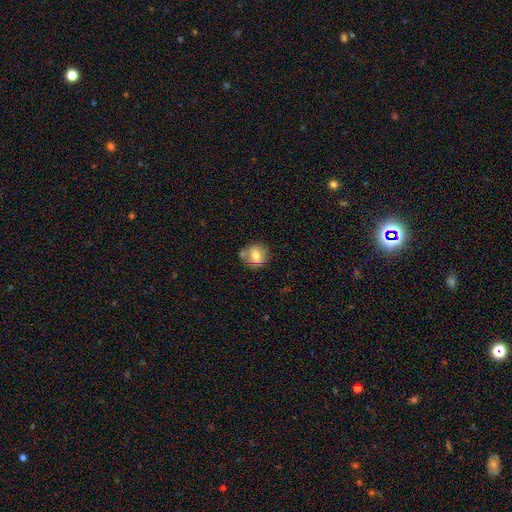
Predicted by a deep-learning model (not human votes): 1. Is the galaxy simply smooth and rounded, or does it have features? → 74% smooth, 17% featured or disk, 9% star or artifact.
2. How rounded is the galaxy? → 87% round, 12% in between, 1% cigar-shaped.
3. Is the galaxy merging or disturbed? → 67% none, 16% minor disturbance, 13% merger, 4% major disturbance.